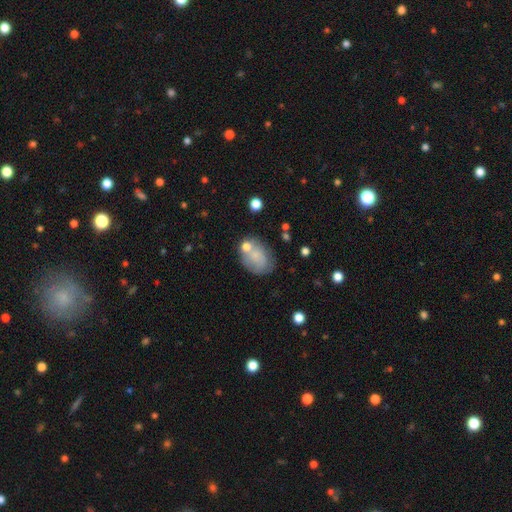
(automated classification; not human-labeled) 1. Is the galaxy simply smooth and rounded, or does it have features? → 70% smooth, 21% featured or disk, 9% star or artifact.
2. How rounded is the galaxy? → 70% in between, 29% round, 1% cigar-shaped.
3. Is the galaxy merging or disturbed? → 51% none, 24% minor disturbance, 15% merger, 11% major disturbance.